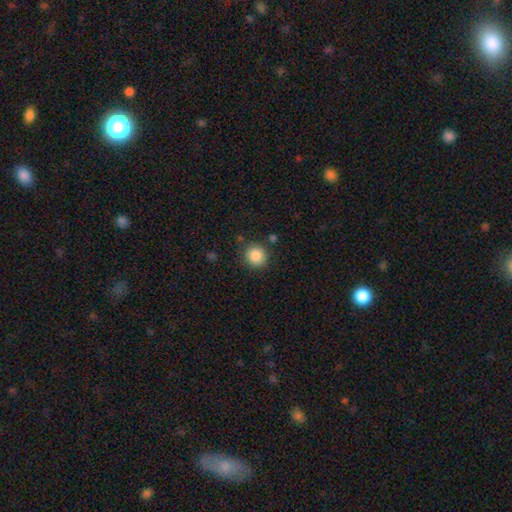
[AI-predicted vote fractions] smooth 87%, star or artifact 9%, featured or disk 4%. Down the decision tree: how rounded — round (90%); merging — none (85%).